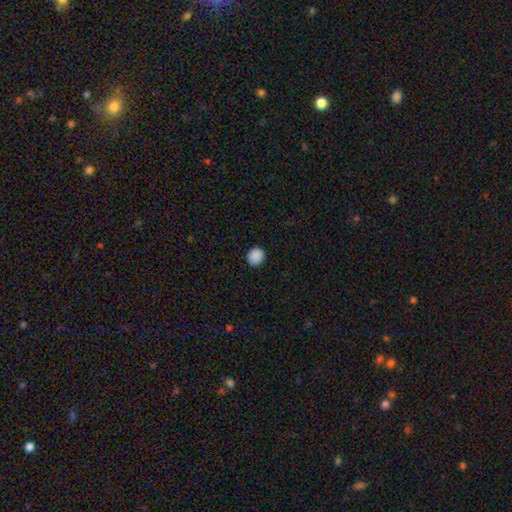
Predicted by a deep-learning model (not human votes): Smooth or featured? Predicted: smooth (p=0.89). How rounded? Predicted: round (p=0.80). Merging? Predicted: none (p=0.89).